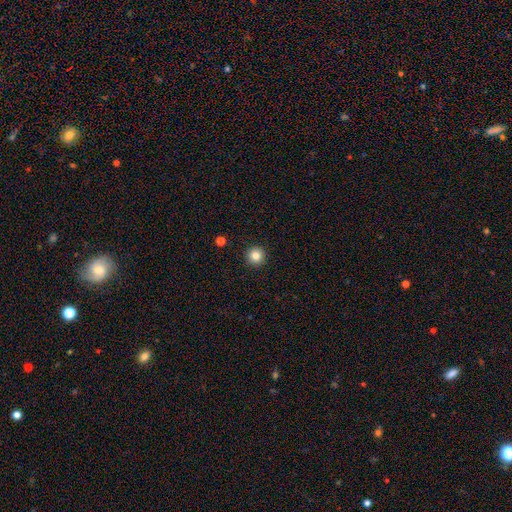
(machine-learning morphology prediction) Smooth or featured?
  - smooth: 83% *
  - star or artifact: 11%
  - featured or disk: 6%
How rounded?
  - round: 96% *
  - in between: 3%
  - cigar-shaped: 1%
Merging?
  - none: 94% *
  - minor disturbance: 4%
  - major disturbance: 1%
  - merger: 1%